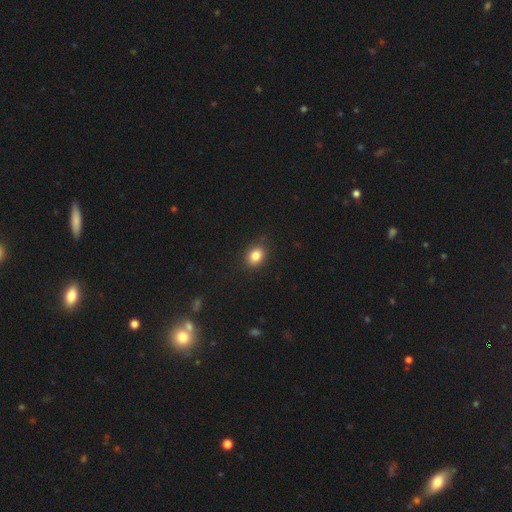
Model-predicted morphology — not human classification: Smooth or featured: smooth — 84% (star or artifact — 10%)
How rounded: in between — 60% (round — 39%)
Merging: none — 86% (minor disturbance — 11%)